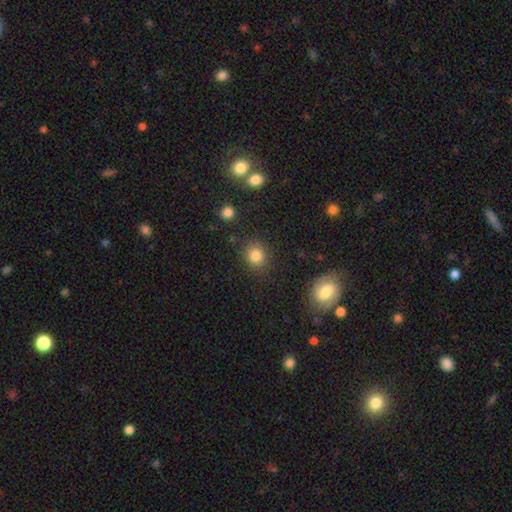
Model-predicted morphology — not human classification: Smooth or featured?
  - smooth: 83% *
  - star or artifact: 12%
  - featured or disk: 6%
How rounded?
  - round: 77% *
  - in between: 22%
  - cigar-shaped: 1%
Merging?
  - none: 85% *
  - minor disturbance: 10%
  - major disturbance: 3%
  - merger: 2%